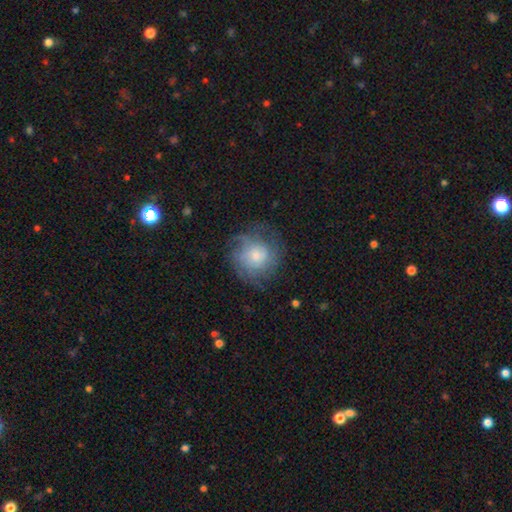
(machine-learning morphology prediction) Overall: featured or disk (50%; smooth 41%). Merging: none (68%).